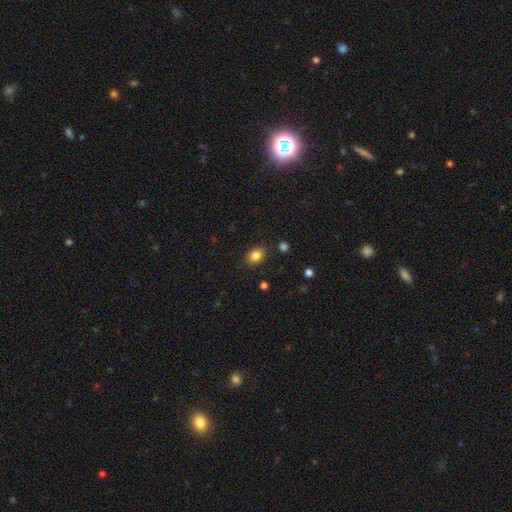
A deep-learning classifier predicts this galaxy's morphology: A smooth galaxy with no disk features (84%) that is in between round and cigar-shaped (51%).

Vote fractions:
- Smooth or featured? smooth: 84% / star or artifact: 11% / featured or disk: 5%
- How rounded? in between: 51% / round: 48% / cigar-shaped: 1%
- Merging? none: 85% / minor disturbance: 10% / major disturbance: 3% / merger: 2%